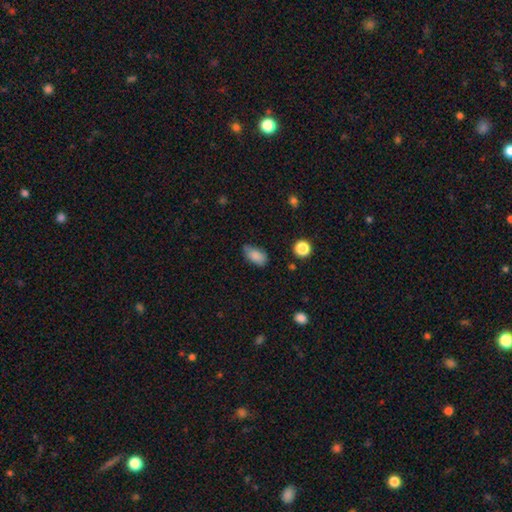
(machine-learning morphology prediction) Overall: smooth (83%). How rounded: in between (90%). Merging: none (64%; minor disturbance 28%).